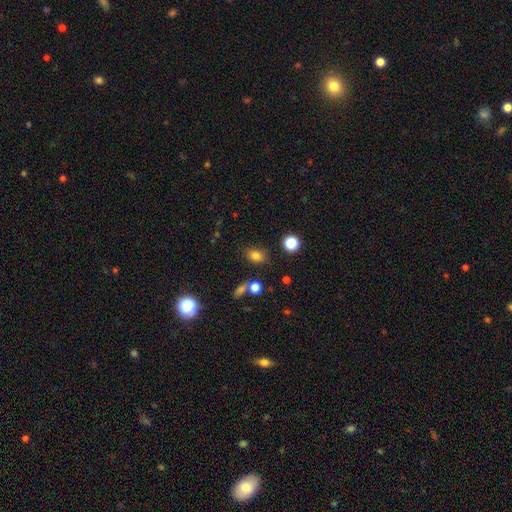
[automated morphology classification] Smooth or featured: smooth — 79% (star or artifact — 14%)
How rounded: in between — 66% (round — 32%)
Merging: none — 80% (minor disturbance — 12%)